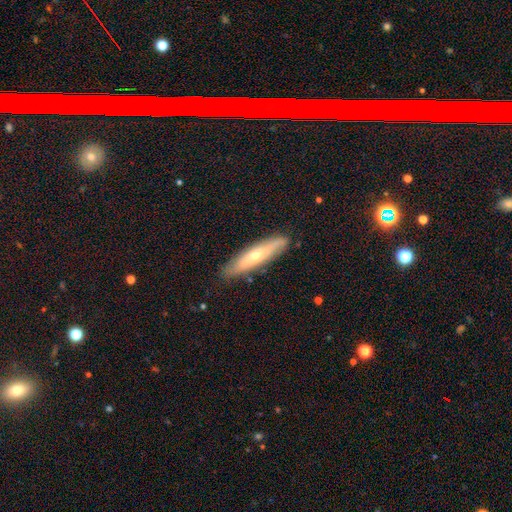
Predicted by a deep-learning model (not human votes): smooth-or-featured: smooth: 50% | featured or disk: 43% | star or artifact: 6%
  how-rounded: cigar-shaped: 83% | in between: 16% | round: 2%
  merging: none: 84% | minor disturbance: 13% | major disturbance: 2% | merger: 1%